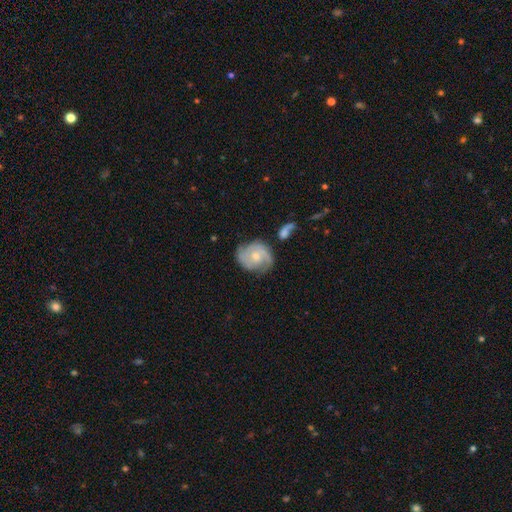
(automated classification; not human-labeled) smooth-or-featured: featured or disk: 75% | smooth: 19% | star or artifact: 6%
  disk-edge-on: no: 97% | yes: 3%
    bar: no: 74% | weak: 22% | strong: 3%
    has-spiral-arms: yes: 91% | no: 9%
      spiral-winding: tight: 48% | medium: 38% | loose: 15%
      spiral-arm-count: 2: 48% | can't tell: 21% | 3: 19% | 1: 5% | 4: 4% | more than 4: 3%
    bulge-size: small: 53% | moderate: 42% | none: 2% | large: 2% | dominant: 1%
  merging: none: 63% | minor disturbance: 23% | major disturbance: 9% | merger: 5%